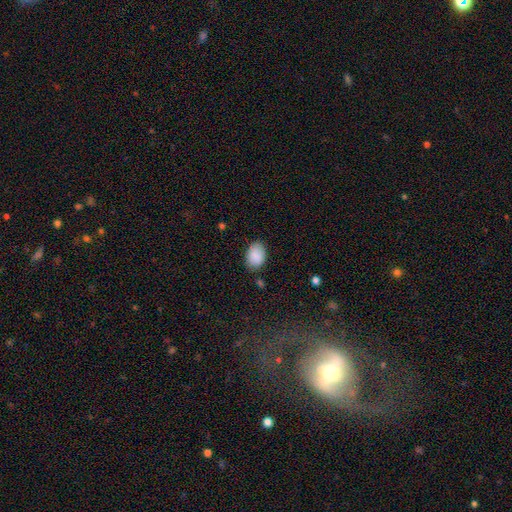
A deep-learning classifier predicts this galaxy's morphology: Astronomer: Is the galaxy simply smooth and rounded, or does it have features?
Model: smooth — 89%.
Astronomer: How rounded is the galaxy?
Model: in between — 83%.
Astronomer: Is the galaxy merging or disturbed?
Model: none — 81%.